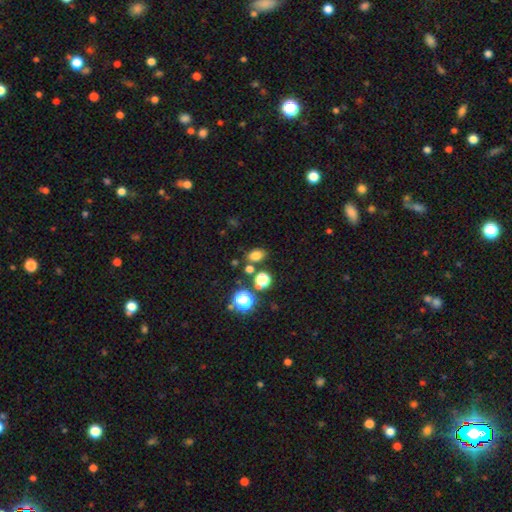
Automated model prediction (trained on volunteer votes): The model was most divided on "how rounded": in between: 65%, round: 34%, cigar-shaped: 1%. More confident: merging — none (76%); smooth or featured — smooth (74%).